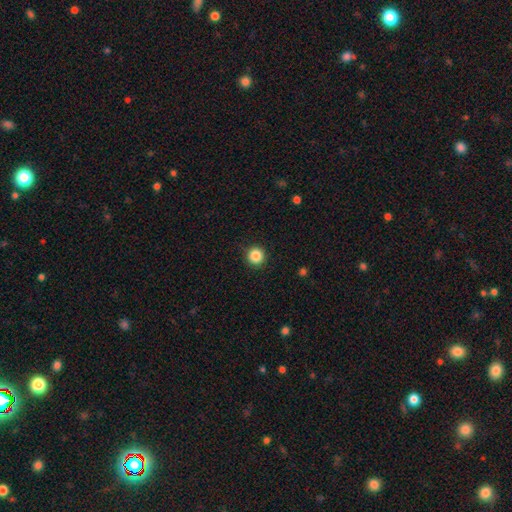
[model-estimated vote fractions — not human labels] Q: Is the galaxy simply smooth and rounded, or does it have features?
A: smooth — 86%.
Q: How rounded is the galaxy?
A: round — 95%.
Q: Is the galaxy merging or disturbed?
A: none — 92%.